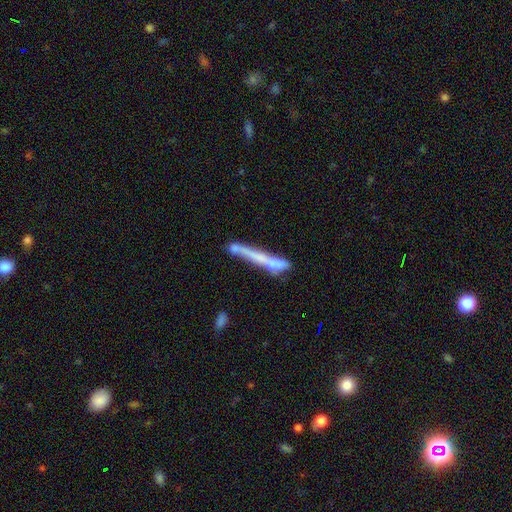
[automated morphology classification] Smooth or featured?
  - smooth: 52% *
  - featured or disk: 40%
  - star or artifact: 8%
How rounded?
  - cigar-shaped: 92% *
  - in between: 6%
  - round: 2%
Merging?
  - none: 40% *
  - merger: 34%
  - minor disturbance: 17%
  - major disturbance: 9%